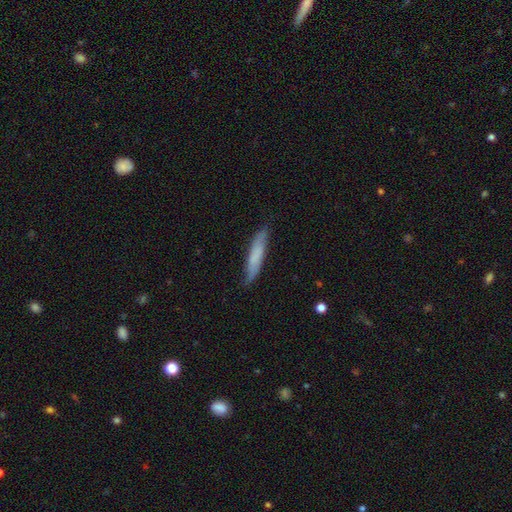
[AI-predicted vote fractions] smooth 67%, featured or disk 26%, star or artifact 6%. Down the decision tree: how rounded — cigar-shaped (87%); merging — none (80%).